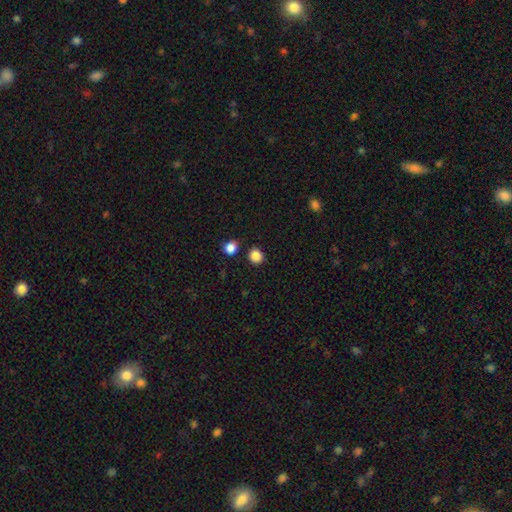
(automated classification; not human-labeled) smooth 86%, star or artifact 11%, featured or disk 3%. Down the decision tree: how rounded — round (83%); merging — none (85%).